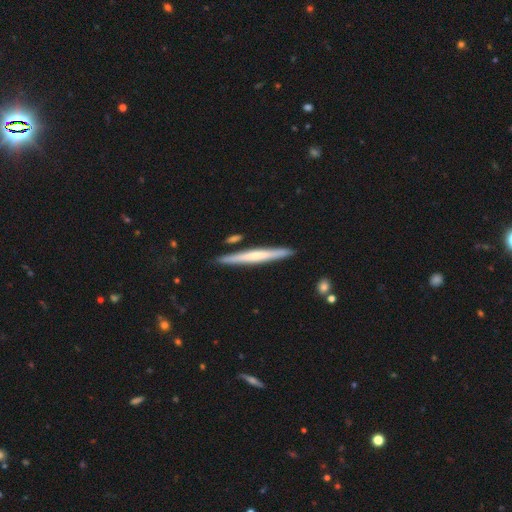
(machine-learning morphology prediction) Q: Smooth or featured?
A: featured or disk (52%); runner-up: smooth (42%)
Q: Edge-on disk?
A: yes (96%); runner-up: no (4%)
Q: Edge-on bulge?
A: none (56%); runner-up: rounded (35%)
Q: Merging?
A: none (87%); runner-up: minor disturbance (8%)